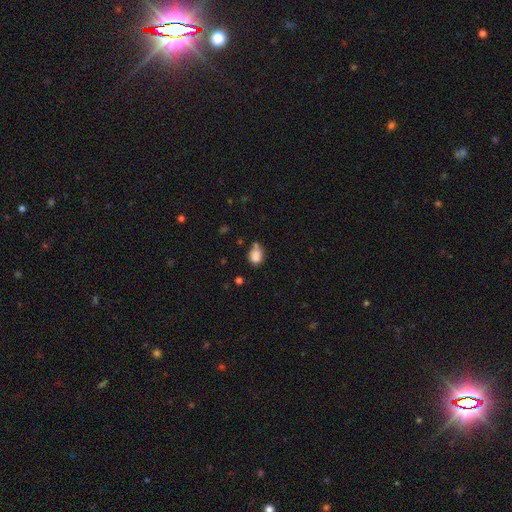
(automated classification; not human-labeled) The model was most divided on "how rounded": in between: 54%, round: 45%, cigar-shaped: 1%. Remaining: smooth or featured — smooth (83%); merging — none (47%).